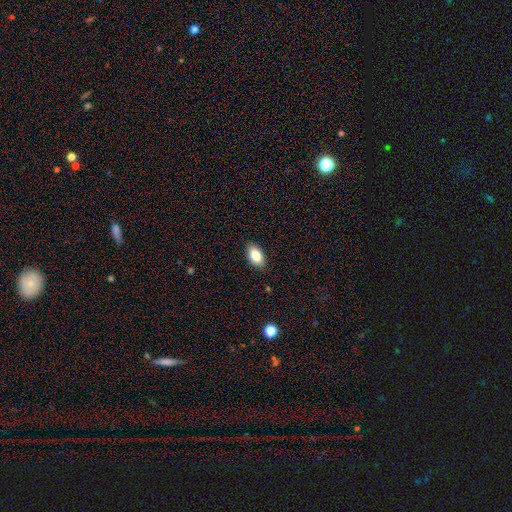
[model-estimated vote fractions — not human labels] This appears to be a smooth galaxy with no disk features (84%) that is in between round and cigar-shaped (93%). Merging: none (87%).